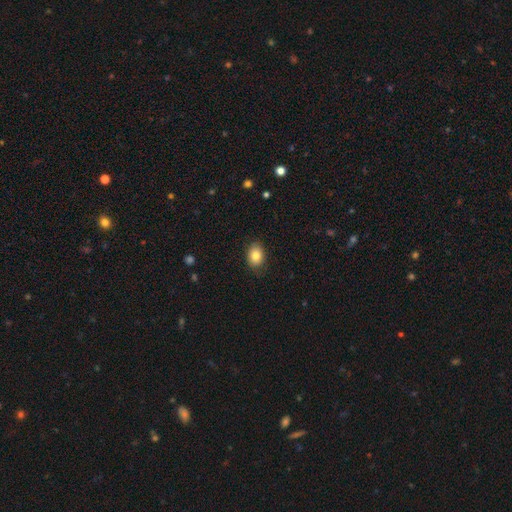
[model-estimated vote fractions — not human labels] This appears to be a smooth galaxy with no disk features (83%) that is in between round and cigar-shaped (75%). Merging: none (83%).